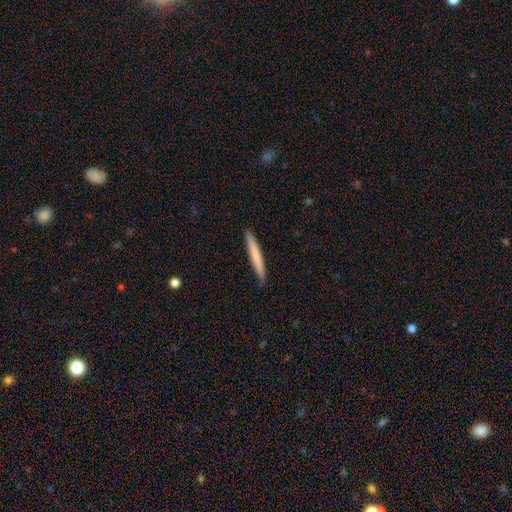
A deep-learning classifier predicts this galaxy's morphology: This appears to be a smooth galaxy with no disk features (71%) that is cigar-shaped (97%). Merging: none (88%).